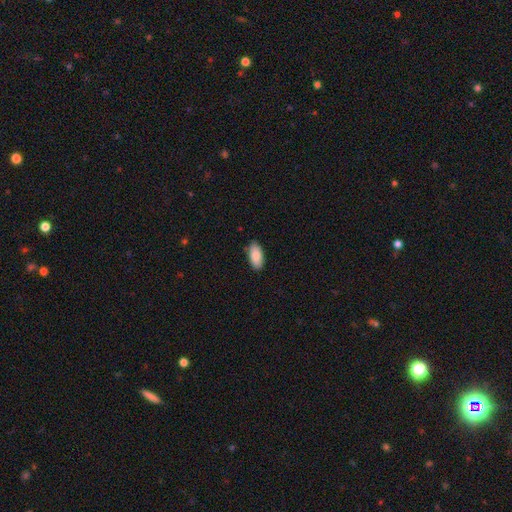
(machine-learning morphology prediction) Q: Smooth or featured?
A: smooth (87%); runner-up: featured or disk (7%)
Q: How rounded?
A: in between (92%); runner-up: cigar-shaped (6%)
Q: Merging?
A: none (86%); runner-up: minor disturbance (11%)